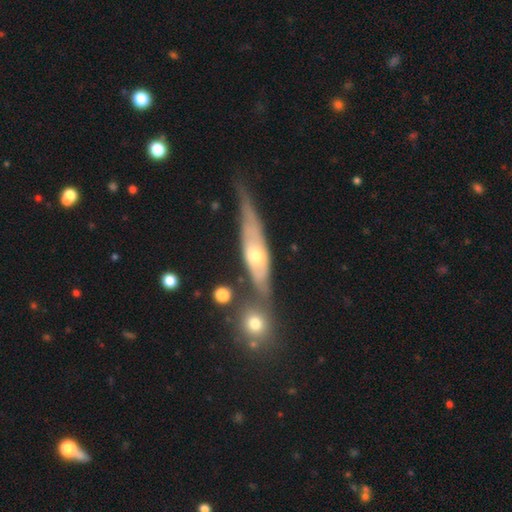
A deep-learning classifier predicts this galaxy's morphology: Q: Smooth or featured?
A: featured or disk (71%); runner-up: smooth (22%)
Q: Edge-on disk?
A: yes (66%); runner-up: no (34%)
Q: Merging?
A: none (50%); runner-up: minor disturbance (24%)